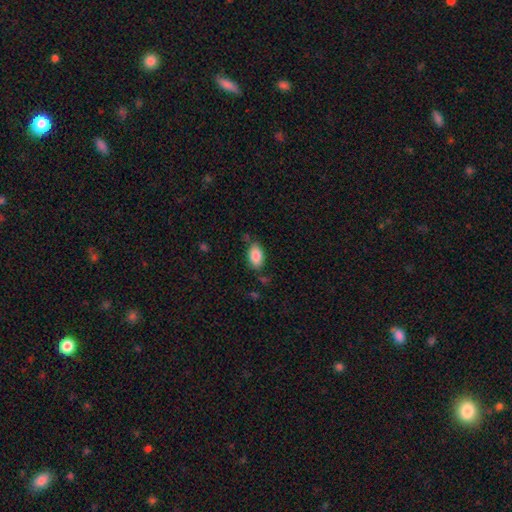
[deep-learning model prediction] A smooth galaxy with no disk features (85%) that is in between round and cigar-shaped (92%). Merging: none (74%).